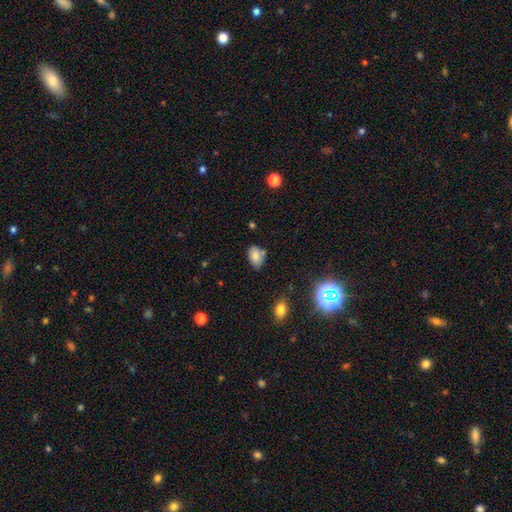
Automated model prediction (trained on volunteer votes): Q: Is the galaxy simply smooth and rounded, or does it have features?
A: smooth — 81%.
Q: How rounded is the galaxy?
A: in between — 85%.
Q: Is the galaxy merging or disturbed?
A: none — 62%.